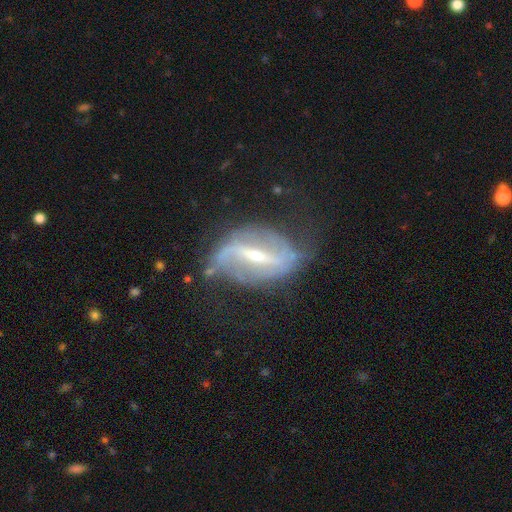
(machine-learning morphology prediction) A featured or disk galaxy (86%) with a strong bar (68%), 2 (82%) loose (52%) spiral arms (89%) and a small central bulge (58%). Merging: none (60%).